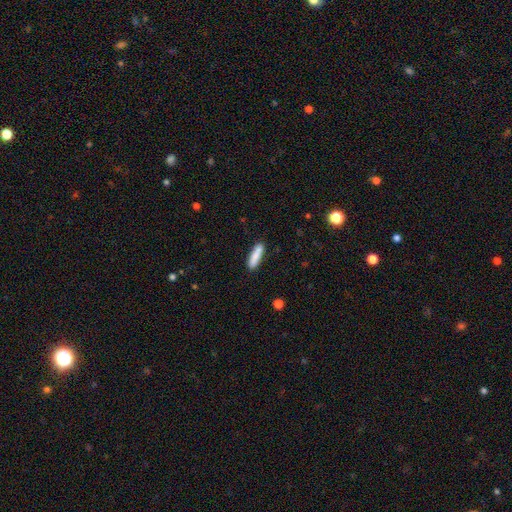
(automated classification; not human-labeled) Smooth or featured: smooth — 86% (featured or disk — 8%)
How rounded: cigar-shaped — 74% (in between — 24%)
Merging: none — 87% (minor disturbance — 10%)